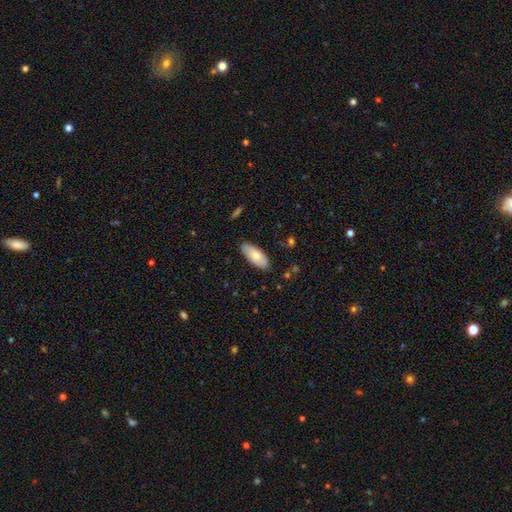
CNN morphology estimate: Q: Smooth or featured?
A: smooth (75%); runner-up: featured or disk (20%)
Q: How rounded?
A: in between (86%); runner-up: cigar-shaped (12%)
Q: Merging?
A: none (85%); runner-up: minor disturbance (11%)